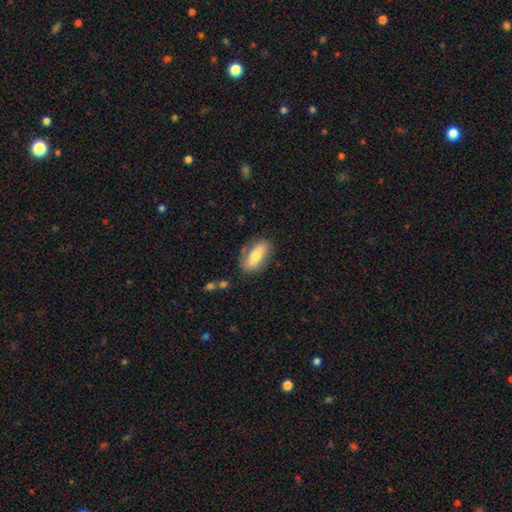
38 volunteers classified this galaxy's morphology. smooth-or-featured: smooth: 66% | featured or disk: 32% | star or artifact: 3%
  how-rounded: in between: 92% | cigar-shaped: 8% | round: 0%
  merging: none: 76% | minor disturbance: 22% | major disturbance: 3% | merger: 0%